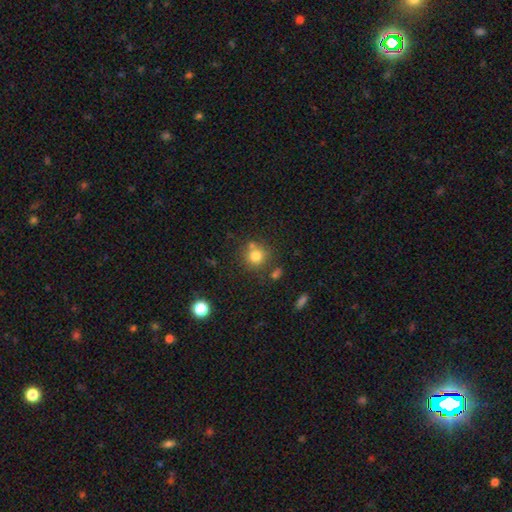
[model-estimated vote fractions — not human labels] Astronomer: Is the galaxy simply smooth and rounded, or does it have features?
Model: smooth — 78%.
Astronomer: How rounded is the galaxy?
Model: round — 90%.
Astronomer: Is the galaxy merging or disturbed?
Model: none — 70%.